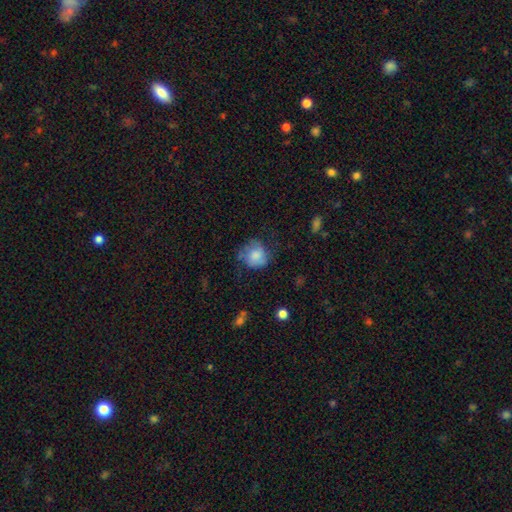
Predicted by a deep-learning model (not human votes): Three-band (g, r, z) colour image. It shows a smooth galaxy with no disk features (71%) that is round (81%). Merging: none (53%).